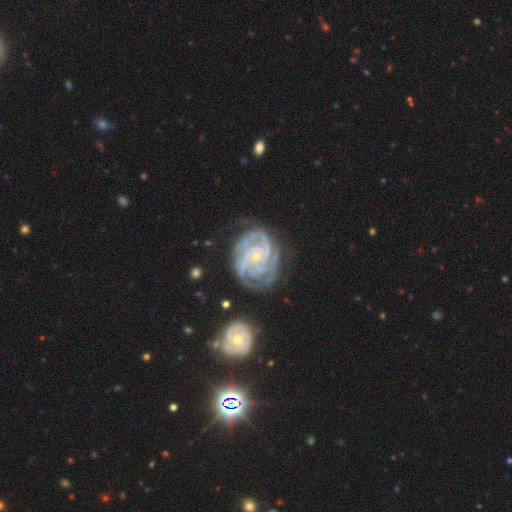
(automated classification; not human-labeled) Smooth or featured: featured or disk — 91% (star or artifact — 5%)
Edge-on disk: no — 98% (yes — 2%)
Bar: no — 71% (weak — 22%)
Spiral arms: yes — 98% (no — 2%)
Spiral winding: tight — 72% (medium — 25%)
Spiral arm count: 3 — 29% (4 — 23%)
Bulge size: small — 83% (moderate — 12%)
Merging: none — 65% (minor disturbance — 21%)